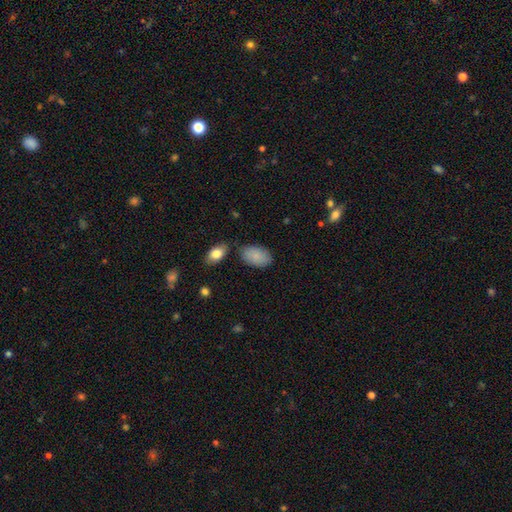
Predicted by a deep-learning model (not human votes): Smooth or featured? smooth (87%)
How rounded? in between (93%)
Merging? none (75%)